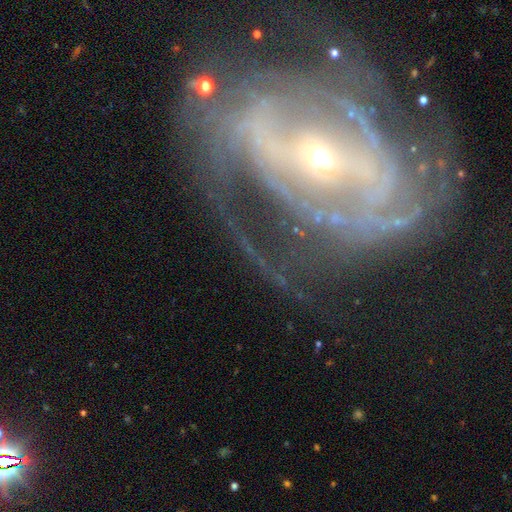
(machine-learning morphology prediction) Q: Smooth or featured?
A: featured or disk (87%); runner-up: star or artifact (8%)
Q: Edge-on disk?
A: no (95%); runner-up: yes (5%)
Q: Bar?
A: strong (47%); runner-up: weak (30%)
Q: Spiral arms?
A: yes (90%); runner-up: no (10%)
Q: Spiral winding?
A: tight (45%); runner-up: medium (40%)
Q: Spiral arm count?
A: 2 (41%); runner-up: can't tell (25%)
Q: Bulge size?
A: small (73%); runner-up: moderate (23%)
Q: Merging?
A: none (57%); runner-up: major disturbance (21%)